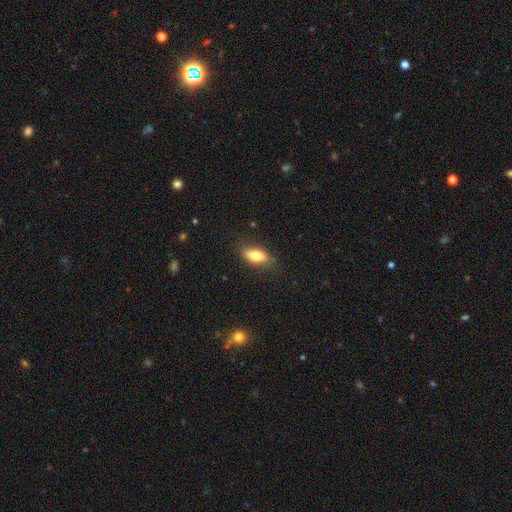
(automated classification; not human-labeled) Q: Smooth or featured?
A: smooth (79%); runner-up: featured or disk (13%)
Q: How rounded?
A: in between (83%); runner-up: cigar-shaped (12%)
Q: Merging?
A: none (82%); runner-up: minor disturbance (13%)